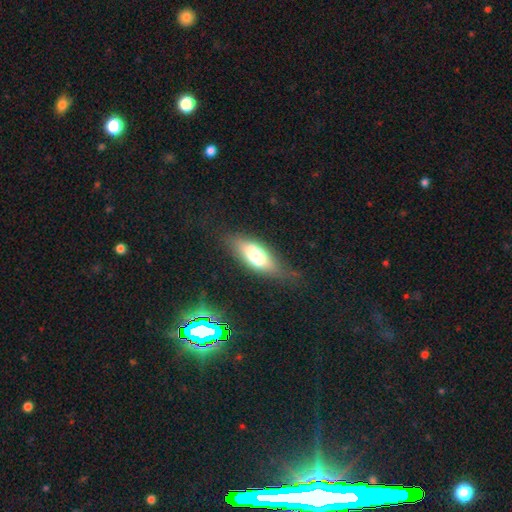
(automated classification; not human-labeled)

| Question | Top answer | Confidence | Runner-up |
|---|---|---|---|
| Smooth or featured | smooth | 59% | featured or disk (33%) |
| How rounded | in between | 74% | cigar-shaped (22%) |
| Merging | none | 67% | minor disturbance (22%) |